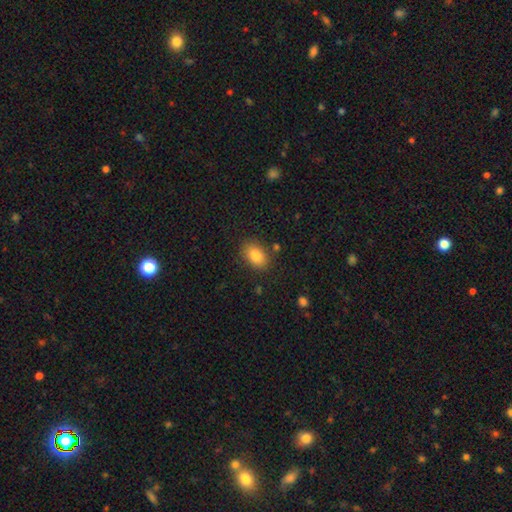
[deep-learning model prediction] smooth_or_featured: smooth (p=0.84) [alt: star or artifact p=0.08]
how_rounded: in between (p=0.85) [alt: round p=0.13]
merging: none (p=0.83) [alt: minor disturbance p=0.11]